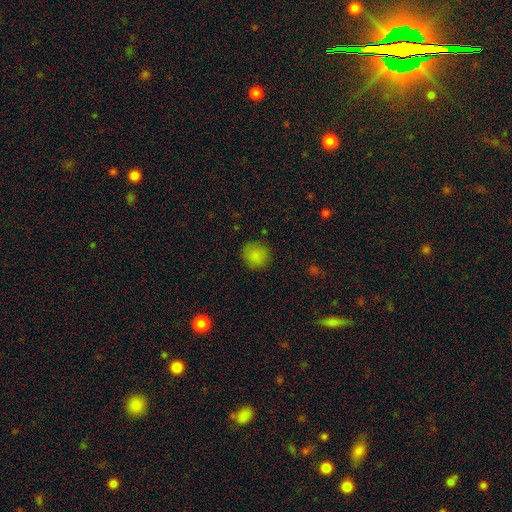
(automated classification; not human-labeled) smooth 83%, star or artifact 11%, featured or disk 5%. Down the decision tree: how rounded — round (91%); merging — none (85%).